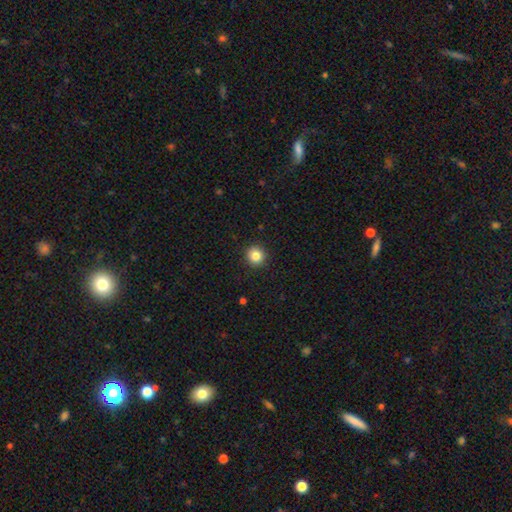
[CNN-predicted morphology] Q: Smooth or featured?
A: smooth (85%); runner-up: star or artifact (10%)
Q: How rounded?
A: round (94%); runner-up: in between (5%)
Q: Merging?
A: none (92%); runner-up: minor disturbance (5%)